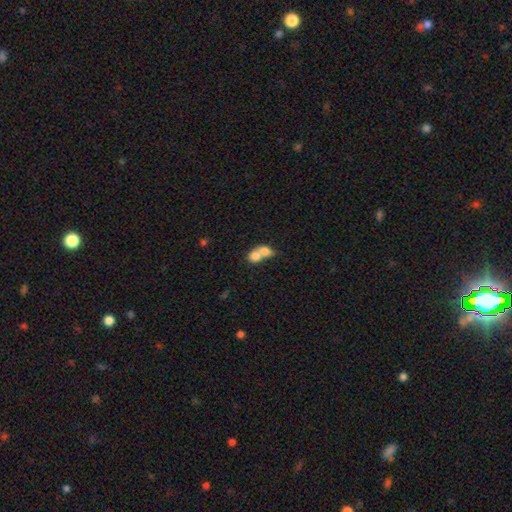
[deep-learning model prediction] smooth 74%, featured or disk 17%, star or artifact 8%. Down the decision tree: how rounded — in between (51%); merging — merger (76%).